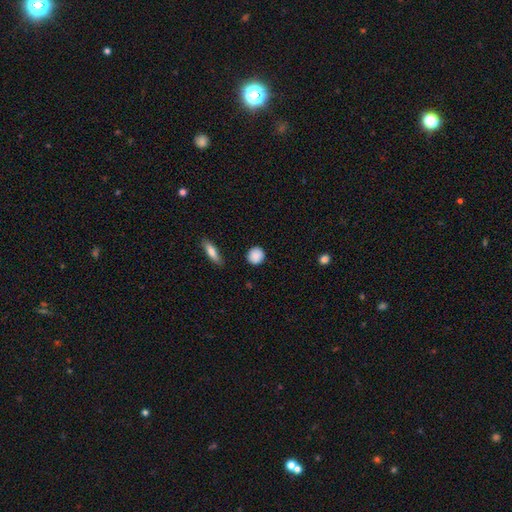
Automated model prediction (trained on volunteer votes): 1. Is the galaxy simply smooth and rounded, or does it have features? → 88% smooth, 7% star or artifact, 5% featured or disk.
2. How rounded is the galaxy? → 87% round, 11% in between, 2% cigar-shaped.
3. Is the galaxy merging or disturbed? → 87% none, 9% minor disturbance, 2% major disturbance, 2% merger.